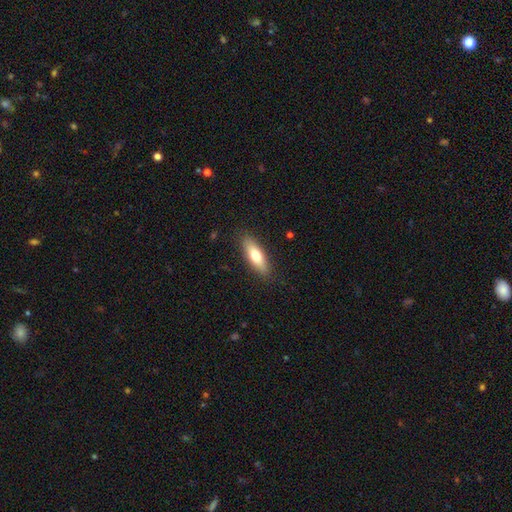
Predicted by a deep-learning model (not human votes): smooth 69%, featured or disk 25%, star or artifact 6%. Down the decision tree: how rounded — in between (54%); merging — none (87%).